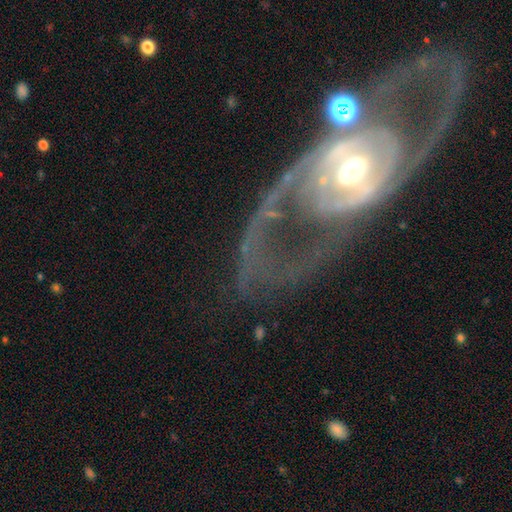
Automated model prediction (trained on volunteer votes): A featured or disk galaxy (82%) with no bar (45%), 2 (49%) tight (40%) spiral arms (77%) and a moderate central bulge (66%).

Vote fractions:
- Smooth or featured? featured or disk: 82% / smooth: 10% / star or artifact: 8%
- Edge-on disk? no: 93% / yes: 7%
- Bar? no: 45% / weak: 32% / strong: 23%
- Spiral arms? yes: 77% / no: 23%
- Spiral winding? tight: 40% / medium: 36% / loose: 23%
- Spiral arm count? 2: 49% / can't tell: 23% / 1: 14% / 3: 6% / 4: 4% / more than 4: 4%
- Bulge size? moderate: 66% / small: 17% / large: 14% / dominant: 2% / none: 2%
- Merging? none: 51% / major disturbance: 27% / minor disturbance: 16% / merger: 7%